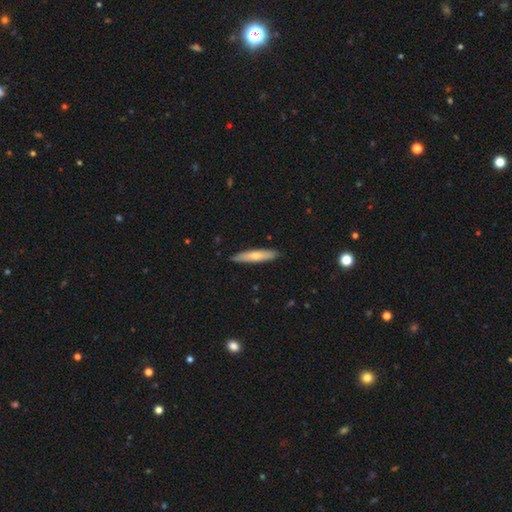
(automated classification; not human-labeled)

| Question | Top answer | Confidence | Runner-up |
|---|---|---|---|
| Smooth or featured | smooth | 66% | featured or disk (29%) |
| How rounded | cigar-shaped | 84% | in between (14%) |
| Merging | none | 88% | minor disturbance (10%) |